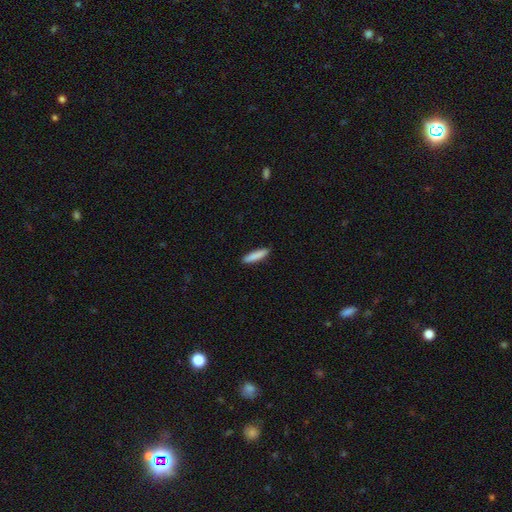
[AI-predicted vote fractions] This appears to be a smooth galaxy with no disk features (87%) that is cigar-shaped (83%). Merging: none (90%).